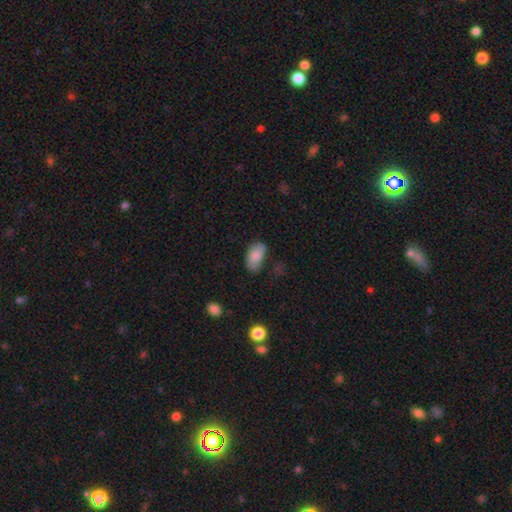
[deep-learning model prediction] Smooth or featured?
  - smooth: 79% *
  - featured or disk: 14%
  - star or artifact: 7%
How rounded?
  - in between: 93% *
  - round: 4%
  - cigar-shaped: 2%
Merging?
  - none: 60% *
  - minor disturbance: 28%
  - major disturbance: 9%
  - merger: 4%